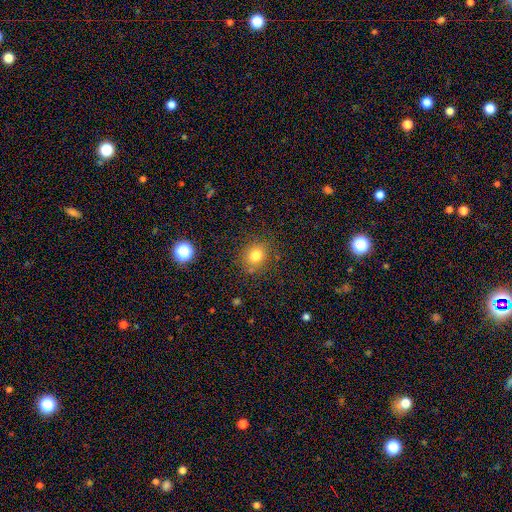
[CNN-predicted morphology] Smooth or featured? smooth (79%)
How rounded? round (75%)
Merging? none (82%)